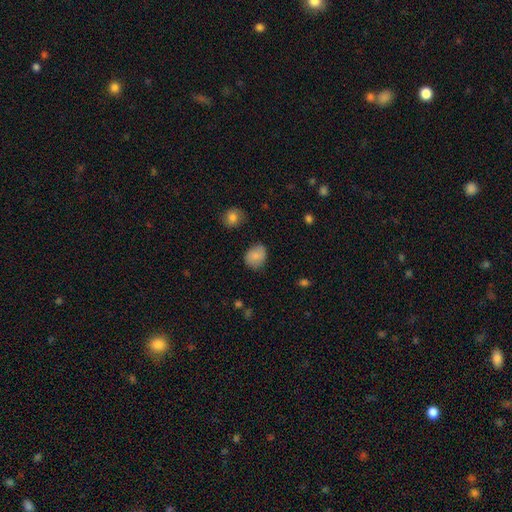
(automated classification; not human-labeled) Morphology: type=smooth (84%); roundness=round (55%); merging=none (76%).